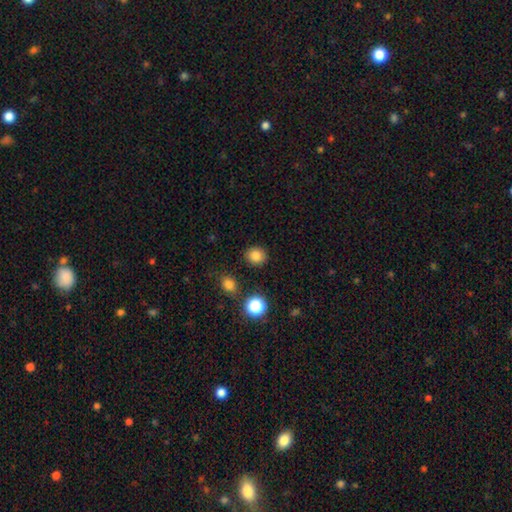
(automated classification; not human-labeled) The model was most divided on "how rounded": round: 79%, in between: 20%, cigar-shaped: 1%. More confident: merging — none (88%); smooth or featured — smooth (83%).